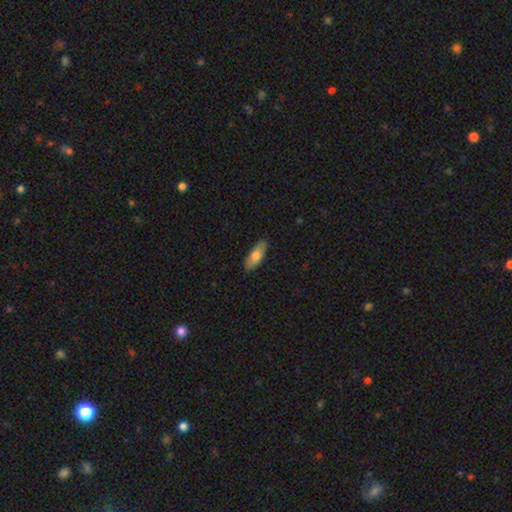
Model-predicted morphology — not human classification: smooth 71%, featured or disk 23%, star or artifact 6%. Down the decision tree: how rounded — in between (73%); merging — none (87%).